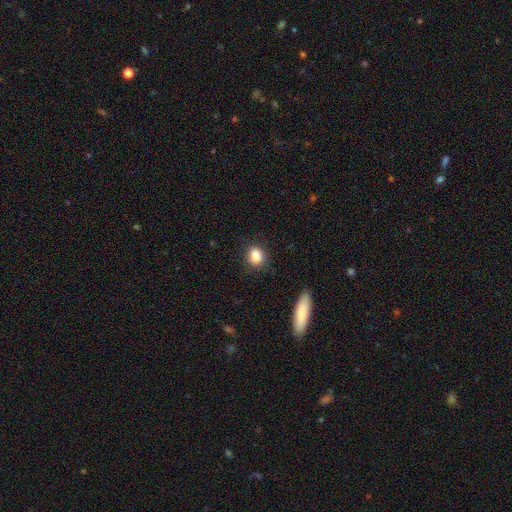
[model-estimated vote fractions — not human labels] The model was most divided on "how rounded": round: 69%, in between: 29%, cigar-shaped: 2%. More confident: smooth or featured — smooth (86%); merging — none (86%).